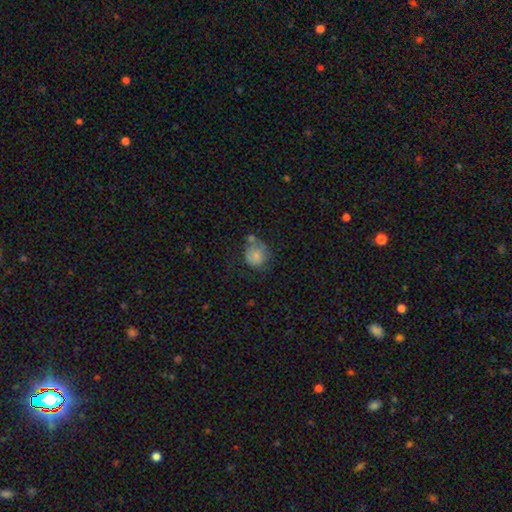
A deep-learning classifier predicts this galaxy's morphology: smooth 75%, featured or disk 16%, star or artifact 9%. Down the decision tree: how rounded — round (76%); merging — none (41%).